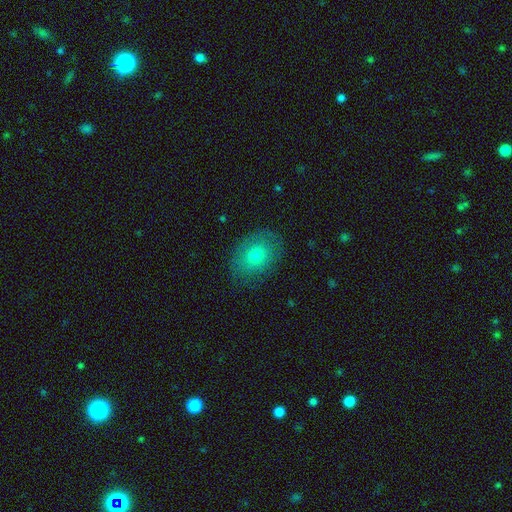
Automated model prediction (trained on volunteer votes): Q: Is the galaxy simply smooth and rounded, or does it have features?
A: smooth — 71%.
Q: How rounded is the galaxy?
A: in between — 68%.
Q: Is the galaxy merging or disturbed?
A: none — 80%.